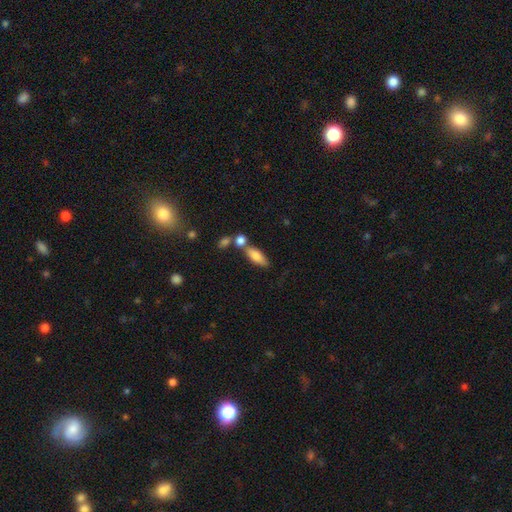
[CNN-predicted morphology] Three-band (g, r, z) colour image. It shows a smooth galaxy with no disk features (78%) that is in between round and cigar-shaped (70%). Merging: none (52%).